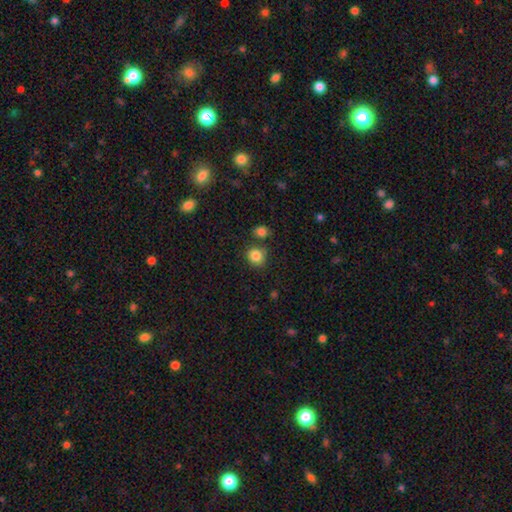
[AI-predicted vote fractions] Q: Smooth or featured?
A: smooth (85%); runner-up: star or artifact (10%)
Q: How rounded?
A: round (81%); runner-up: in between (18%)
Q: Merging?
A: none (76%); runner-up: minor disturbance (11%)